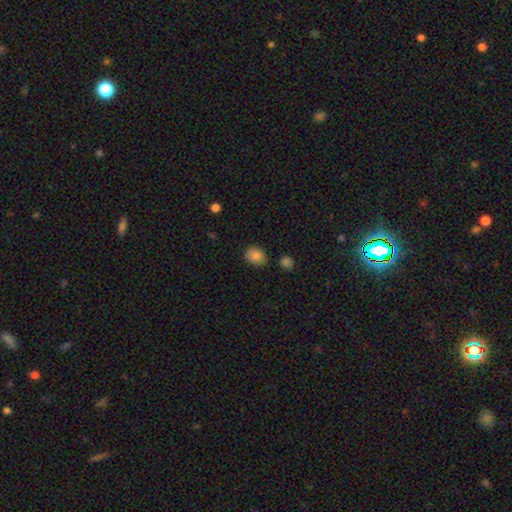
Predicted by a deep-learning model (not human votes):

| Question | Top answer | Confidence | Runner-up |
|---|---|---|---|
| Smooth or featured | smooth | 84% | star or artifact (10%) |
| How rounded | round | 53% | in between (46%) |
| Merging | none | 81% | minor disturbance (13%) |